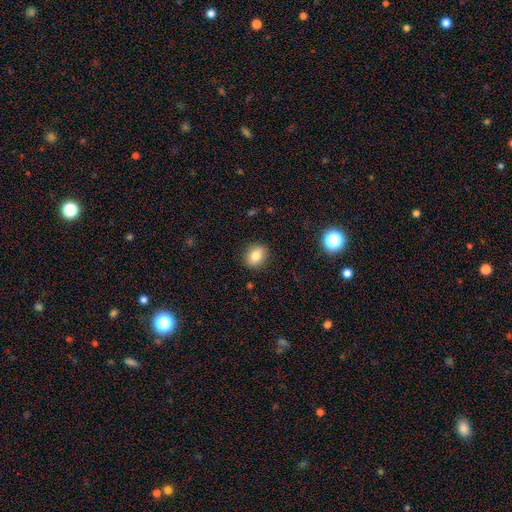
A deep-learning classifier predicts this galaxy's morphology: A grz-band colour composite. It shows a smooth galaxy with no disk features (81%) that is round (55%). Merging: none (89%).